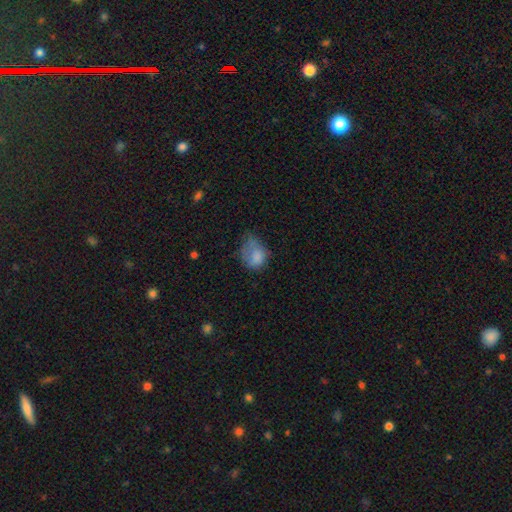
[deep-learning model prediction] Morphology: type=smooth (74%); roundness=in between (63%); merging=major disturbance (35%, tied with minor disturbance).